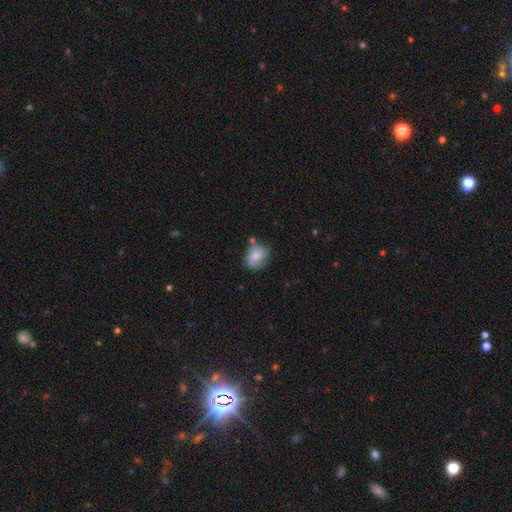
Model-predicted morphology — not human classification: Smooth or featured: smooth — 71% (featured or disk — 21%)
How rounded: round — 51% (in between — 48%)
Merging: none — 55% (minor disturbance — 28%)